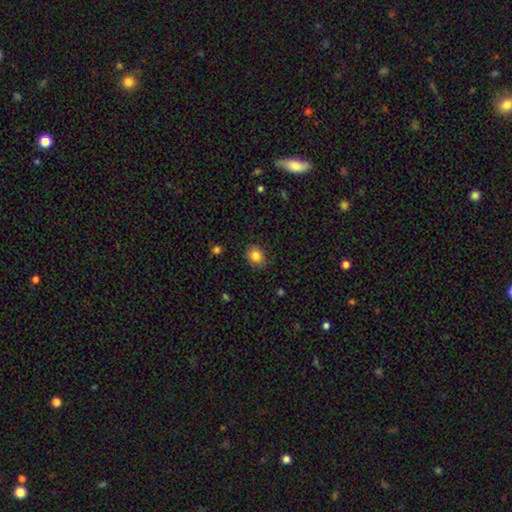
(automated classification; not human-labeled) Smooth or featured?
  - smooth: 84% *
  - star or artifact: 10%
  - featured or disk: 6%
How rounded?
  - round: 69% *
  - in between: 30%
  - cigar-shaped: 1%
Merging?
  - none: 84% *
  - minor disturbance: 12%
  - major disturbance: 3%
  - merger: 1%